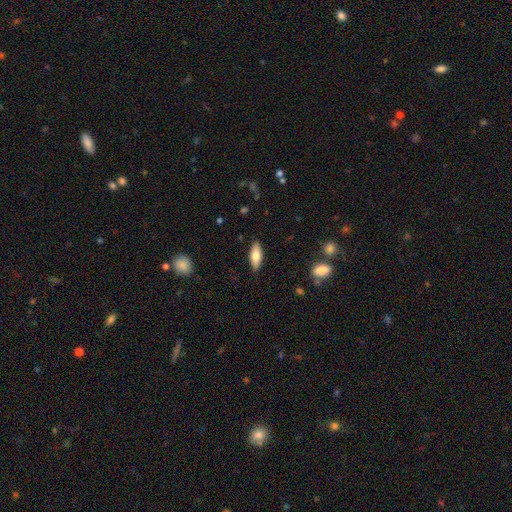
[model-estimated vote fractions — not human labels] smooth 71%, featured or disk 23%, star or artifact 6%. Down the decision tree: how rounded — in between (70%); merging — none (88%).